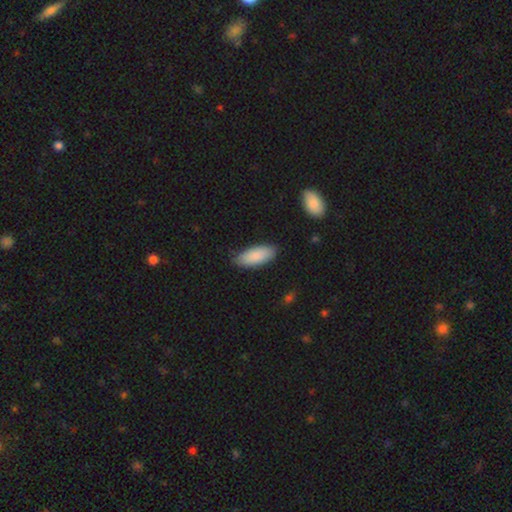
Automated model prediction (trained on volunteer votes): A smooth galaxy with no disk features (87%) that is in between round and cigar-shaped (82%). Merging: none (80%).